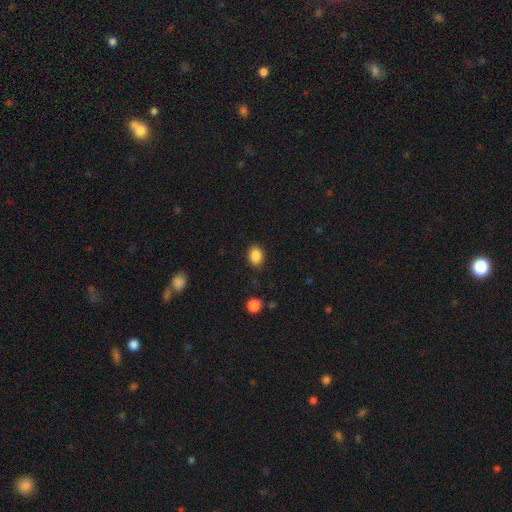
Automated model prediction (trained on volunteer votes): The model was most divided on "how rounded": in between: 72%, round: 27%, cigar-shaped: 1%. More confident: smooth or featured — smooth (88%); merging — none (87%).